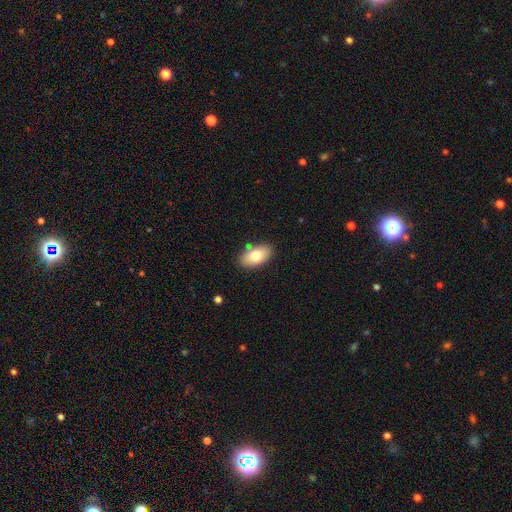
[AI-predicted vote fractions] This appears to be a smooth galaxy with no disk features (77%) that is in between round and cigar-shaped (93%). Merging: none (84%).